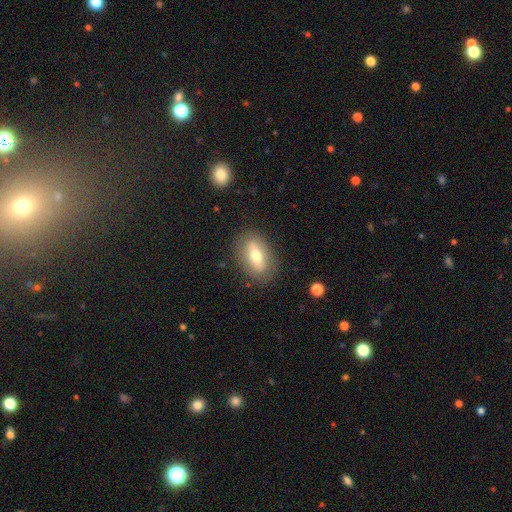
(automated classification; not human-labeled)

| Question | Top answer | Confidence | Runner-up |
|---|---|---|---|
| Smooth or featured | smooth | 58% | featured or disk (34%) |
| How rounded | in between | 84% | round (8%) |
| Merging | none | 83% | minor disturbance (12%) |